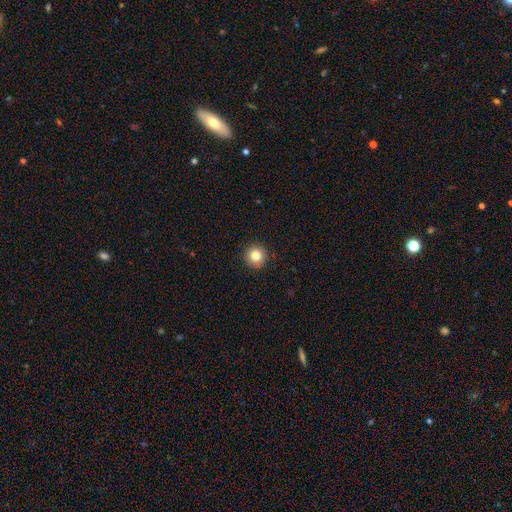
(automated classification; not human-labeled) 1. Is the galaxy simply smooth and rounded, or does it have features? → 82% smooth, 11% star or artifact, 8% featured or disk.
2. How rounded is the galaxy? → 96% round, 3% in between, 1% cigar-shaped.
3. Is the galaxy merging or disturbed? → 92% none, 5% minor disturbance, 2% major disturbance, 1% merger.